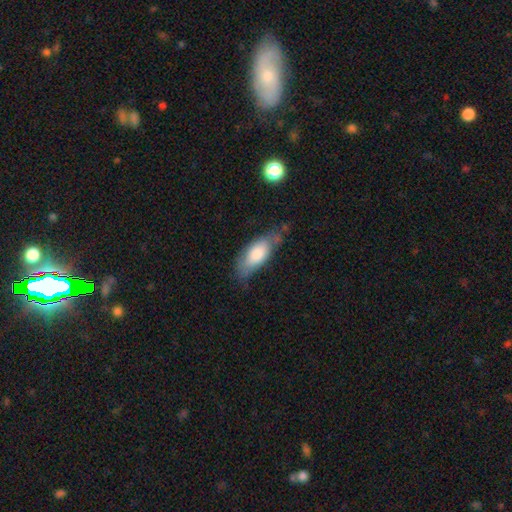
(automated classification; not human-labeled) The model was most divided on "merging": none: 59%, minor disturbance: 30%, major disturbance: 8%, merger: 4%. More confident: how rounded — in between (79%); smooth or featured — smooth (74%).